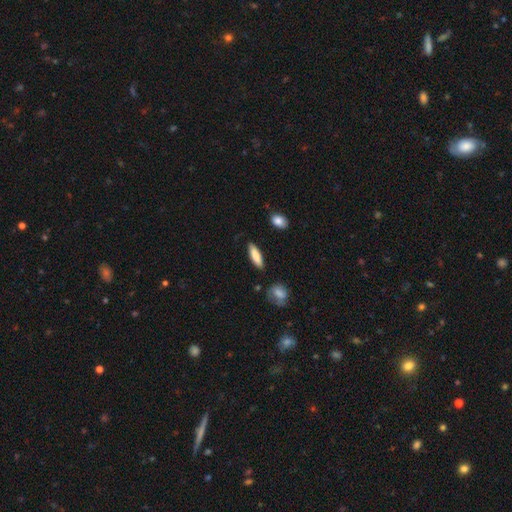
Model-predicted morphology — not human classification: A smooth galaxy with no disk features (81%) that is cigar-shaped (58%). Merging: none (84%).